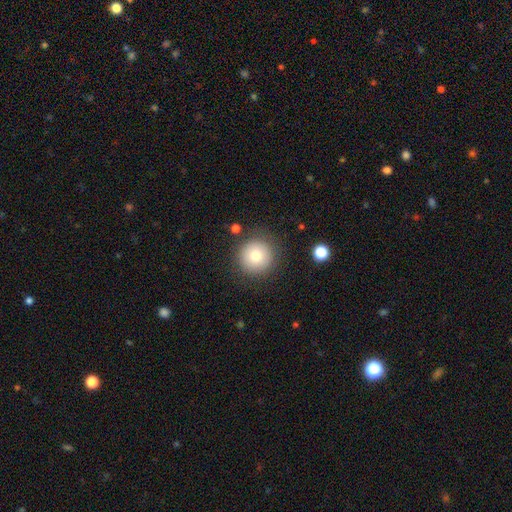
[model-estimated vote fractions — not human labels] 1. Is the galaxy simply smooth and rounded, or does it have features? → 77% smooth, 13% featured or disk, 11% star or artifact.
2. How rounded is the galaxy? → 95% round, 4% in between, 1% cigar-shaped.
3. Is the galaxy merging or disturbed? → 86% none, 9% minor disturbance, 3% major disturbance, 2% merger.